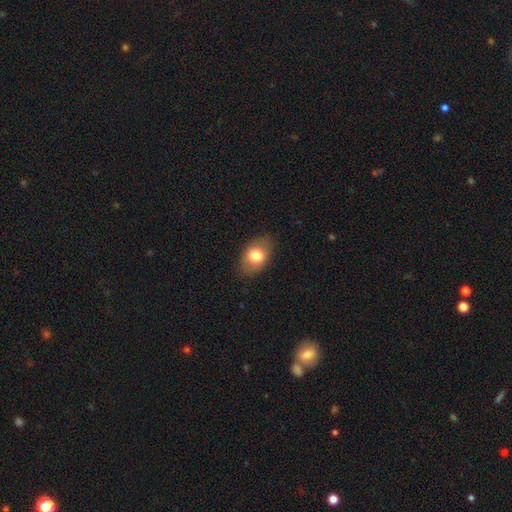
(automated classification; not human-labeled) Overall: smooth (75%). How rounded: in between (84%). Merging: none (82%).